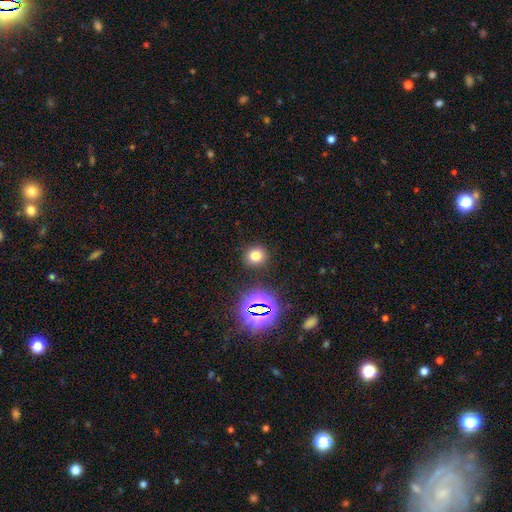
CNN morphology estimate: The model was most divided on "smooth or featured": smooth: 72%, star or artifact: 21%, featured or disk: 7%. More confident: merging — none (87%); how rounded — round (84%).